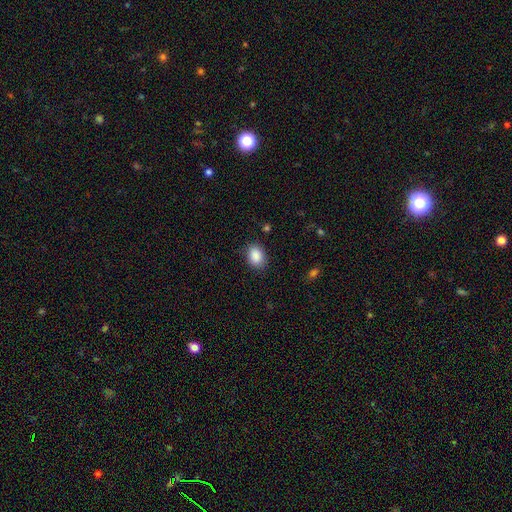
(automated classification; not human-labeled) smooth-or-featured: smooth: 89% | star or artifact: 8% | featured or disk: 4%
  how-rounded: in between: 72% | round: 27% | cigar-shaped: 1%
  merging: none: 82% | minor disturbance: 13% | major disturbance: 3% | merger: 1%